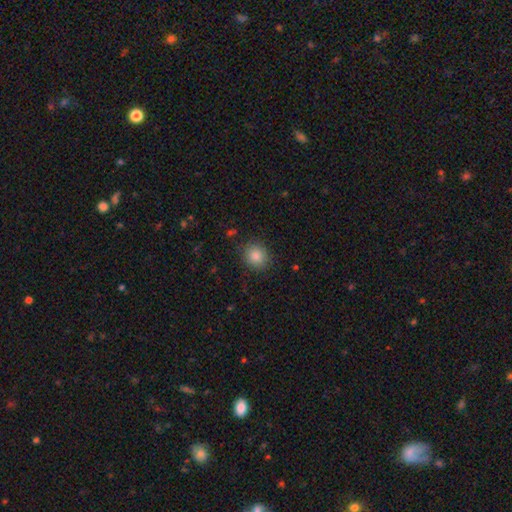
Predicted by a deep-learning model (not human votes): Smooth or featured? Predicted: smooth (p=0.84). How rounded? Predicted: round (p=0.82). Merging? Predicted: none (p=0.88).